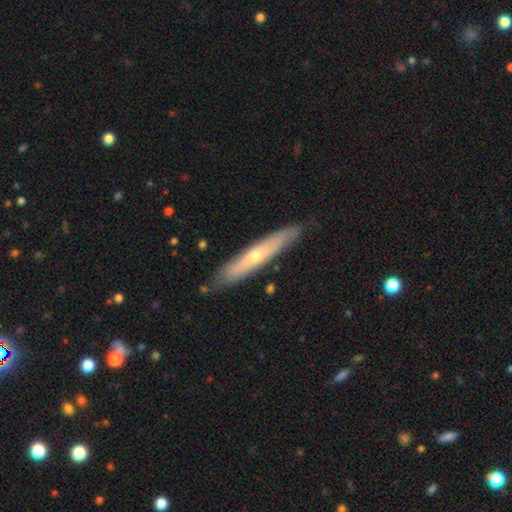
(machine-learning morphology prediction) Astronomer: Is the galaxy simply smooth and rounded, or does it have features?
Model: featured or disk — 51% (runner-up: smooth, 44%).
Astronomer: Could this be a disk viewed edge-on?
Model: yes — 74%.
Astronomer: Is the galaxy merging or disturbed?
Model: none — 82%.